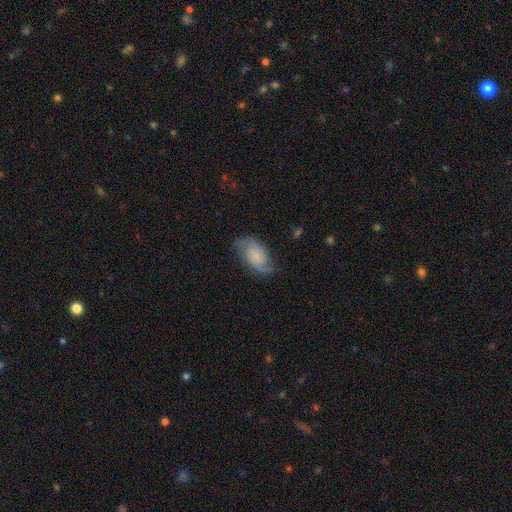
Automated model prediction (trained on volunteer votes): This appears to be a featured or disk galaxy (71%) with no bar (67%), 2 (85%) medium (46%) spiral arms (94%) and a small central bulge (60%). Merging: none (74%).